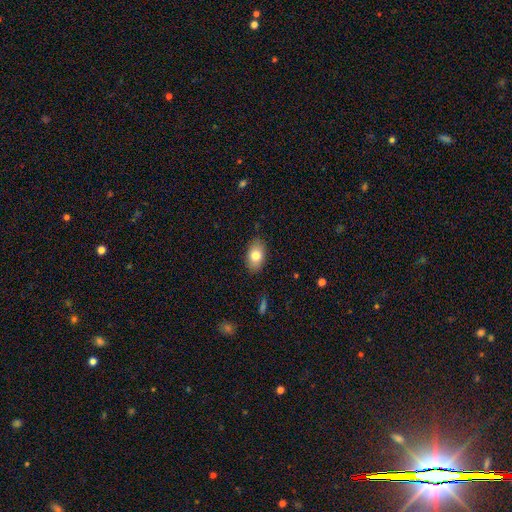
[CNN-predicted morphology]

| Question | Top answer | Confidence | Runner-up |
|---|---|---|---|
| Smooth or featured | smooth | 79% | featured or disk (13%) |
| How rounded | in between | 90% | round (9%) |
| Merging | none | 86% | minor disturbance (11%) |